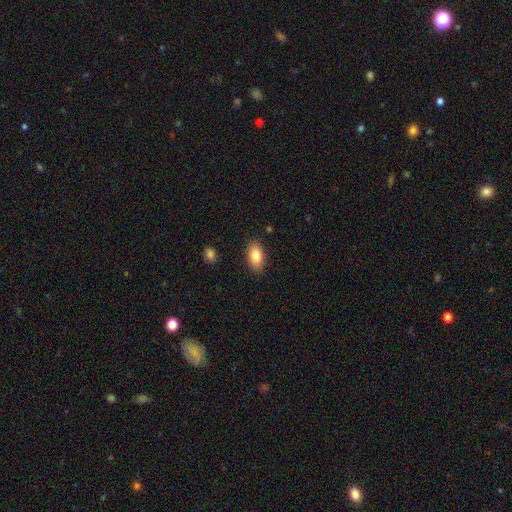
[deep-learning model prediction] This appears to be a smooth galaxy with no disk features (84%) that is in between round and cigar-shaped (91%). Merging: none (87%).